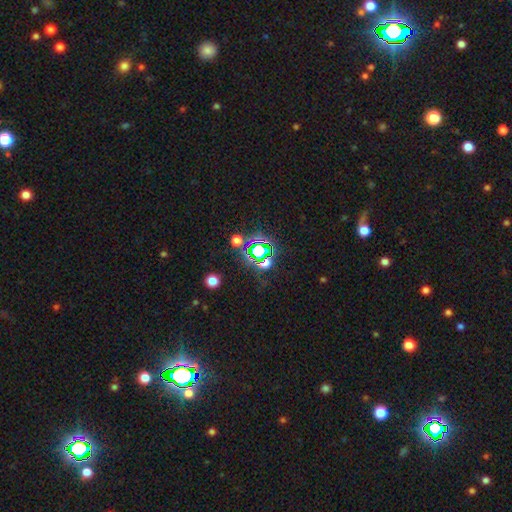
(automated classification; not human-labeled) Smooth or featured? star or artifact (70%)